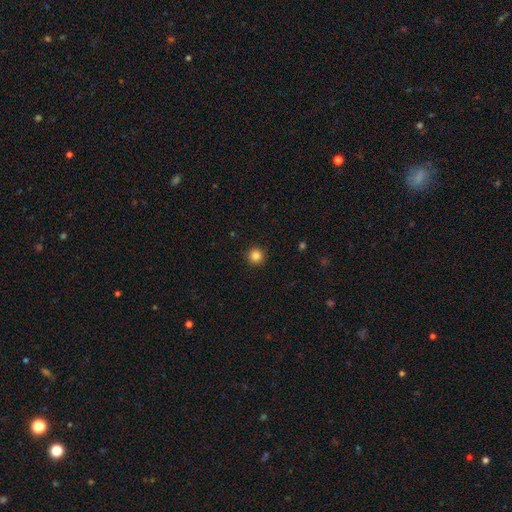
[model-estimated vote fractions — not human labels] The model was most divided on "smooth or featured": smooth: 85%, star or artifact: 11%, featured or disk: 3%. More confident: how rounded — round (96%); merging — none (93%).